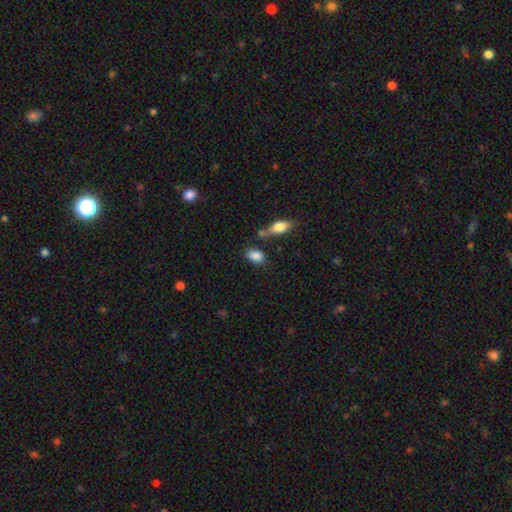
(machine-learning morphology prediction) smooth_or_featured: smooth (p=0.86) [alt: star or artifact p=0.08]
how_rounded: in between (p=0.84) [alt: round p=0.13]
merging: none (p=0.64) [alt: minor disturbance p=0.17]